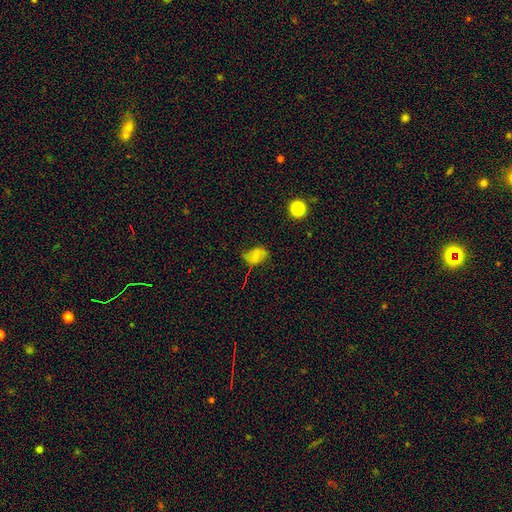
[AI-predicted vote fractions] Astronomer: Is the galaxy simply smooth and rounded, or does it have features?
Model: smooth — 60%.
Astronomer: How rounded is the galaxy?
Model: in between — 80%.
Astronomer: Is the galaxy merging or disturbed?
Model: none — 57%.